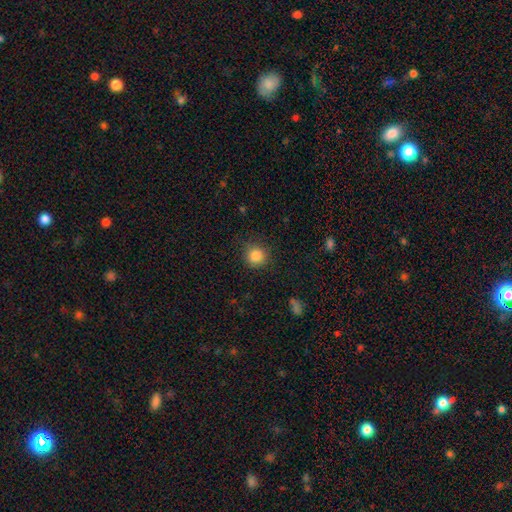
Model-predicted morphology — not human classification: Smooth or featured: smooth — 85% (star or artifact — 10%)
How rounded: round — 93% (in between — 6%)
Merging: none — 86% (minor disturbance — 10%)